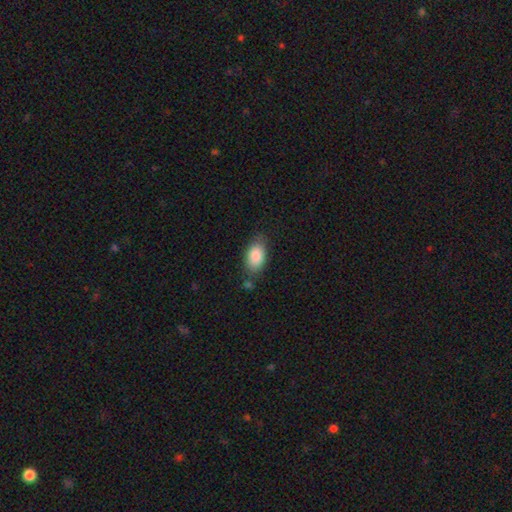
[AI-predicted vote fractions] Smooth or featured? smooth (86%)
How rounded? in between (91%)
Merging? none (72%)